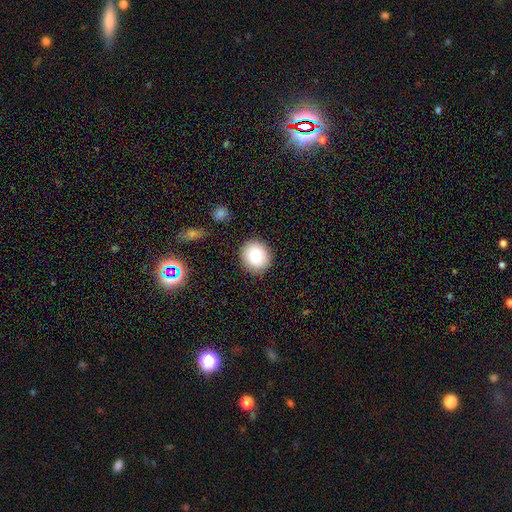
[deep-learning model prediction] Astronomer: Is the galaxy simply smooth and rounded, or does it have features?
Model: smooth — 78%.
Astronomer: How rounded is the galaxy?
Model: round — 85%.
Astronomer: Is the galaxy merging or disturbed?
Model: none — 89%.